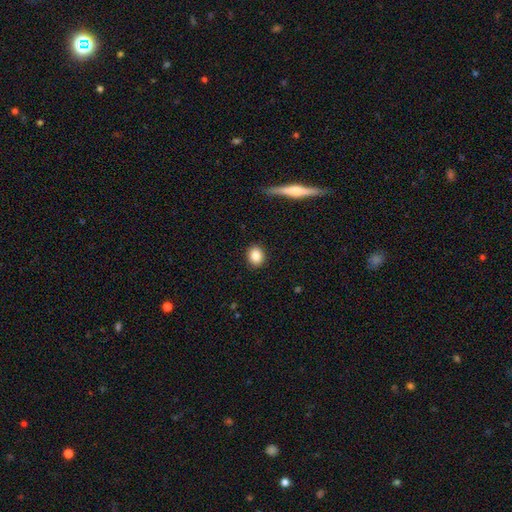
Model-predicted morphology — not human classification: A smooth galaxy with no disk features (86%) that is round (59%).

Vote fractions:
- Smooth or featured? smooth: 86% / star or artifact: 8% / featured or disk: 5%
- How rounded? round: 59% / in between: 40% / cigar-shaped: 1%
- Merging? none: 90% / minor disturbance: 7% / major disturbance: 2% / merger: 1%